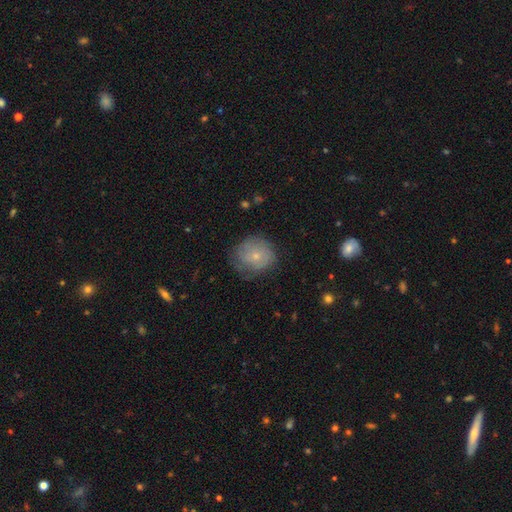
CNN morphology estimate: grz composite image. It shows a smooth galaxy with no disk features (55%) that is round (80%). Merging: none (64%).